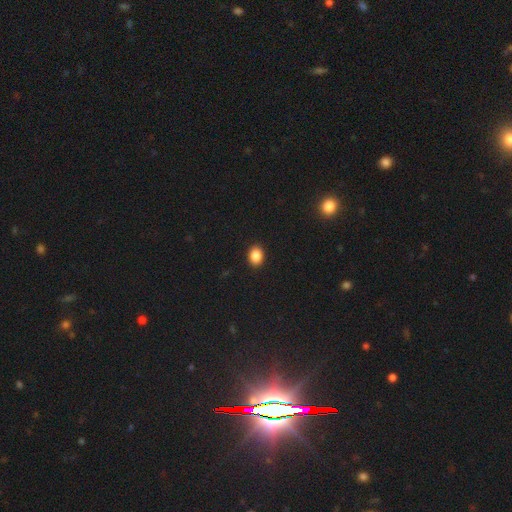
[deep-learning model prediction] A smooth galaxy with no disk features (87%) that is in between round and cigar-shaped (57%). Merging: none (92%).